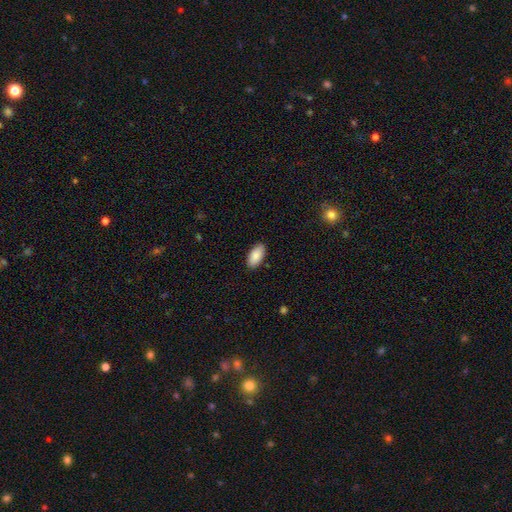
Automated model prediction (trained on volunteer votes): smooth 88%, star or artifact 6%, featured or disk 6%. Down the decision tree: how rounded — in between (94%); merging — none (88%).